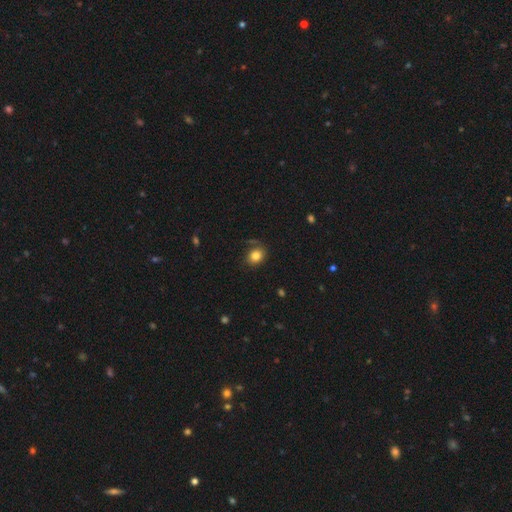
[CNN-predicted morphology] A smooth galaxy with no disk features (82%) that is round (56%). Merging: none (75%).